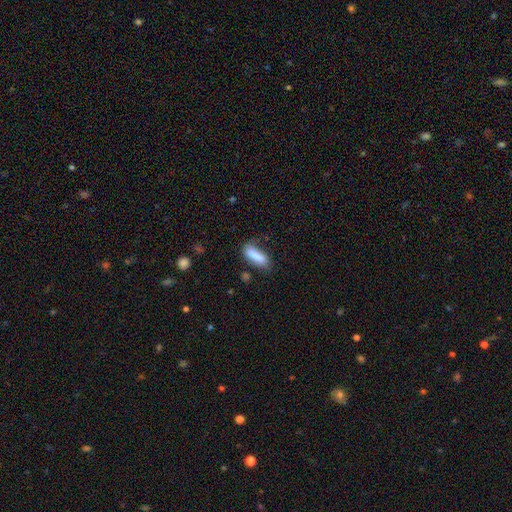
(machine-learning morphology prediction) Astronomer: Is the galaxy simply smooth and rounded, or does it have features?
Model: smooth — 85%.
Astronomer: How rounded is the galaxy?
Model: in between — 52% (runner-up: cigar-shaped, 46%).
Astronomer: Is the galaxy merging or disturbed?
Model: none — 64%.